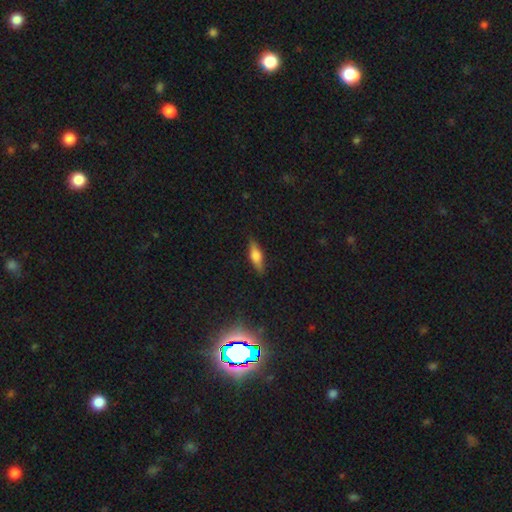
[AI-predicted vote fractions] Smooth or featured: smooth — 51% (featured or disk — 41%)
How rounded: in between — 49% (cigar-shaped — 48%)
Merging: none — 86% (minor disturbance — 11%)